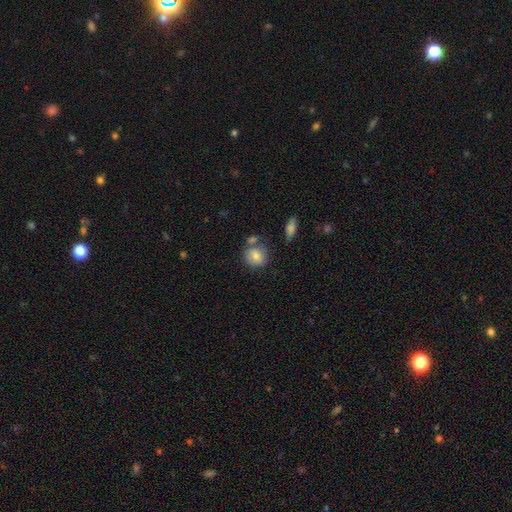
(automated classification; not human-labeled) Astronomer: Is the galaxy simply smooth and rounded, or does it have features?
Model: smooth — 82%.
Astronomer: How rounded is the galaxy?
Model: round — 73%.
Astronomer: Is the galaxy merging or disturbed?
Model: none — 61%.